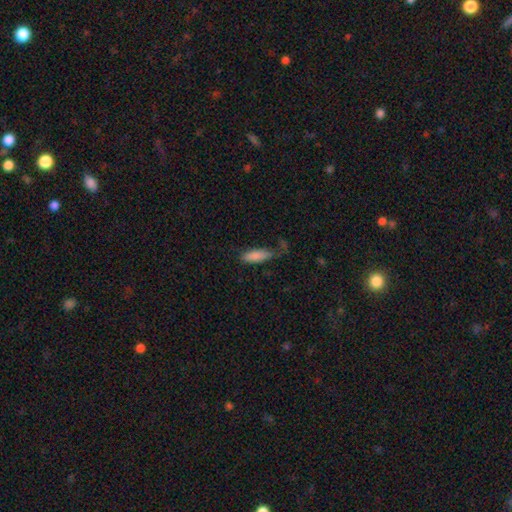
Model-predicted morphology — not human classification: The model was most divided on "how rounded": in between: 51%, cigar-shaped: 47%, round: 2%. More confident: smooth or featured — smooth (85%); merging — none (62%).